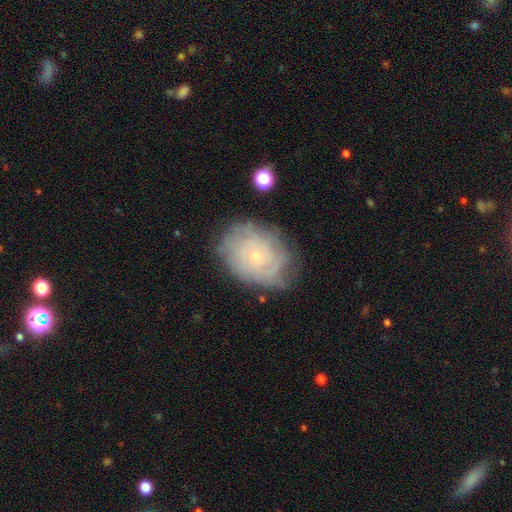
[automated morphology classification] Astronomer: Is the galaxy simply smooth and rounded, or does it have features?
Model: featured or disk — 72%.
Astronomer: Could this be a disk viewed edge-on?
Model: no — 97%.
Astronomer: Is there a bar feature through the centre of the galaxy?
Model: no — 82%.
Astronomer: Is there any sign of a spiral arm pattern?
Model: yes — 89%.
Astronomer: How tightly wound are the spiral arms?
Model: tight — 76%.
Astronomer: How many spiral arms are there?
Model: can't tell — 53%.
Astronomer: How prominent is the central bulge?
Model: small — 85%.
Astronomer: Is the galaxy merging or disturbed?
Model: none — 71%.